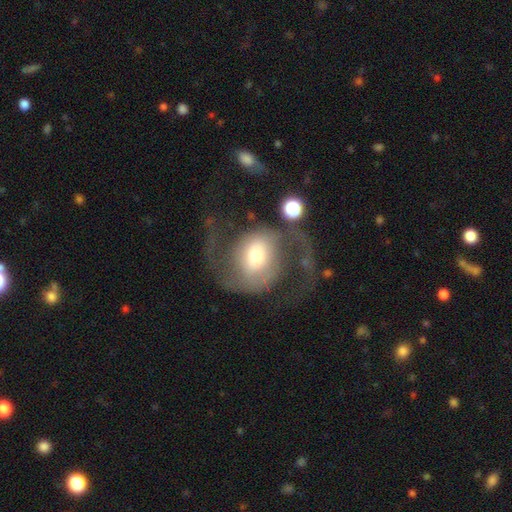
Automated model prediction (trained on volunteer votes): This appears to be a featured or disk galaxy (84%) with no bar (43%), 2 (92%) medium (46%) spiral arms (94%) and a moderate central bulge (57%). Merging: none (61%).